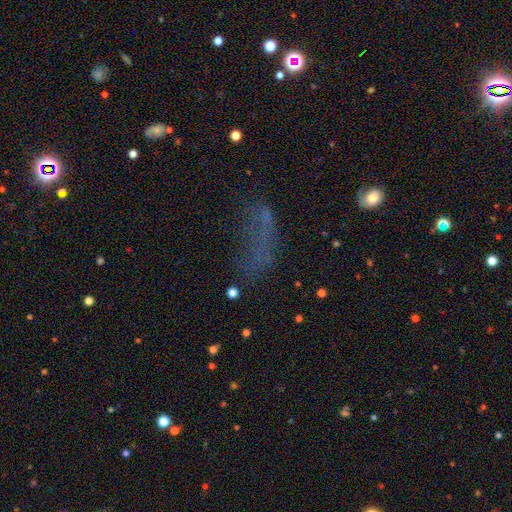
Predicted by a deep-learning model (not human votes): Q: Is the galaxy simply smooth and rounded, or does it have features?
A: smooth — 41%.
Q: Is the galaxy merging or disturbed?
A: none — 44%.